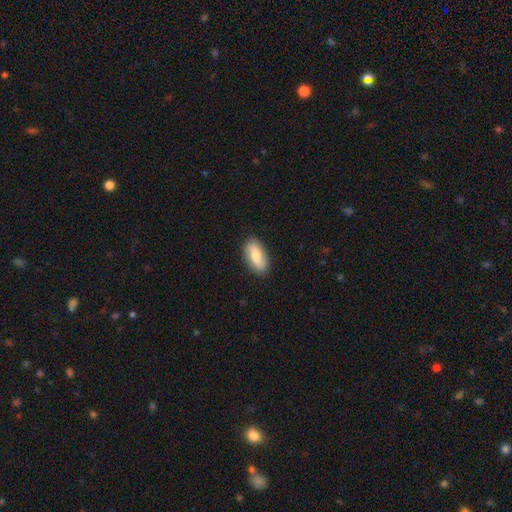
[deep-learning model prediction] The model was most divided on "smooth or featured": smooth: 60%, featured or disk: 33%, star or artifact: 6%. More confident: how rounded — in between (88%); merging — none (86%).